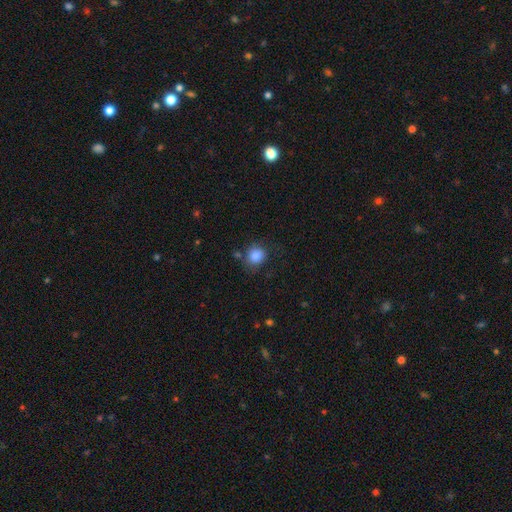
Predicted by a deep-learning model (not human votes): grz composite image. It shows a smooth galaxy with no disk features (85%) that is round (82%). Merging: none (74%).